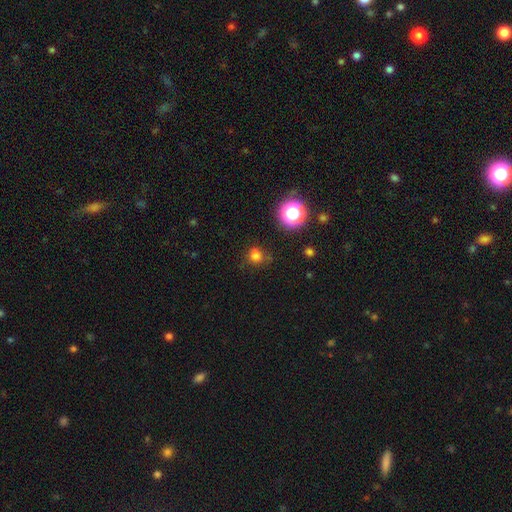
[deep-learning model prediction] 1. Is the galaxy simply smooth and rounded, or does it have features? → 73% smooth, 21% star or artifact, 6% featured or disk.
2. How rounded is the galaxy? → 84% round, 14% in between, 1% cigar-shaped.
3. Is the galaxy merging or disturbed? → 72% none, 19% minor disturbance, 6% major disturbance, 4% merger.